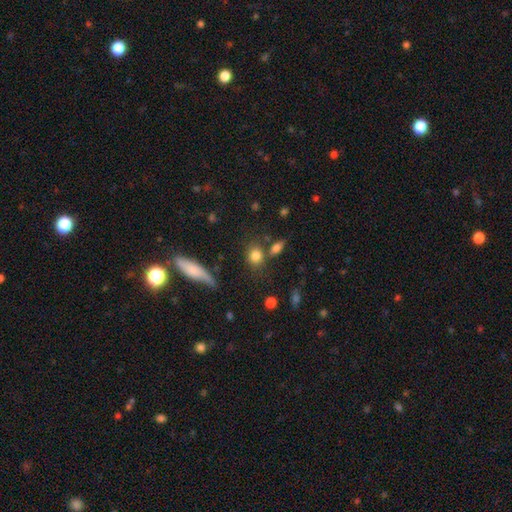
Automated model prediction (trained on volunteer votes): Q: Smooth or featured?
A: smooth (81%); runner-up: star or artifact (11%)
Q: How rounded?
A: round (53%); runner-up: in between (43%)
Q: Merging?
A: none (68%); runner-up: merger (14%)